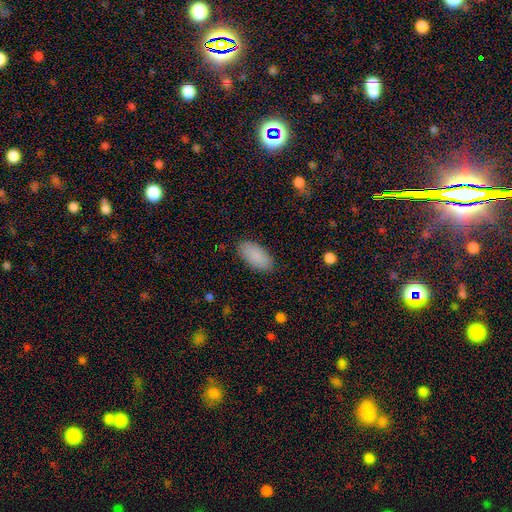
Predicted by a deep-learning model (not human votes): Smooth or featured? smooth (89%)
How rounded? in between (93%)
Merging? none (86%)